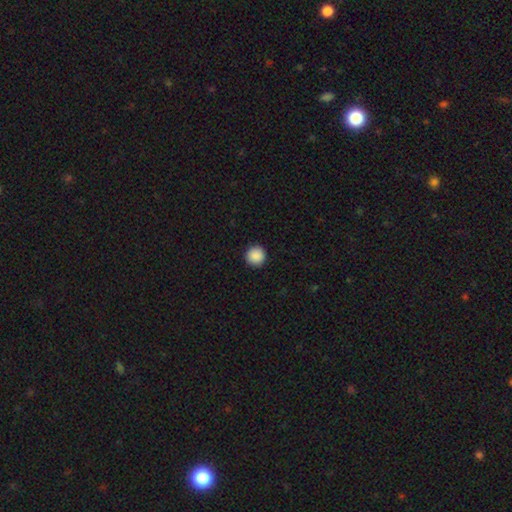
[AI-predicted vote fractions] A smooth galaxy with no disk features (89%) that is round (96%).

Vote fractions:
- Smooth or featured? smooth: 89% / star or artifact: 8% / featured or disk: 2%
- How rounded? round: 96% / in between: 3% / cigar-shaped: 1%
- Merging? none: 93% / minor disturbance: 4% / major disturbance: 2% / merger: 1%